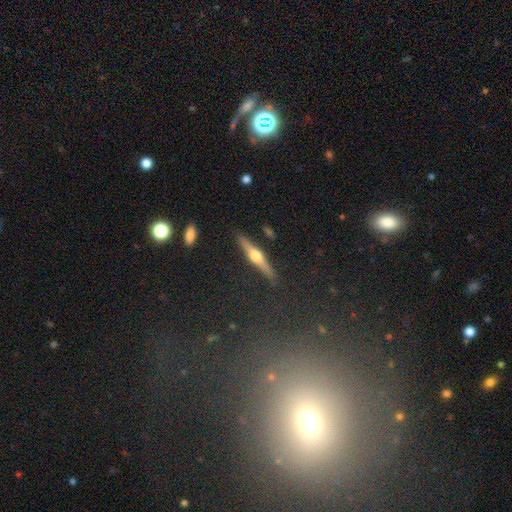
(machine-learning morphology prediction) featured or disk 70%, smooth 23%, star or artifact 7%. Down the decision tree: edge-on disk — yes (97%); edge-on bulge — rounded (93%); merging — none (88%).